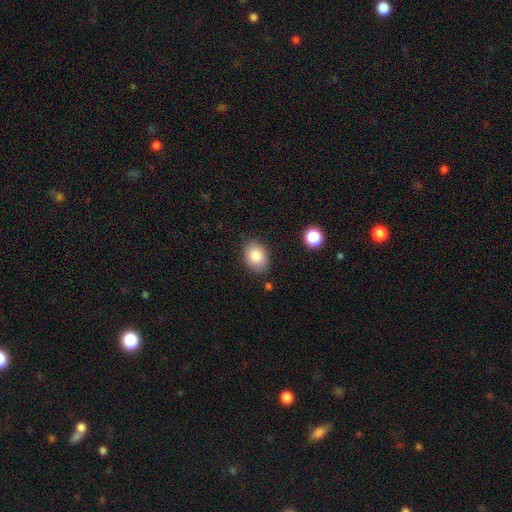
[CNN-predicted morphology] This is clearly a smooth galaxy (86%). How rounded: likely in between (75%). Merging: clearly none (82%).